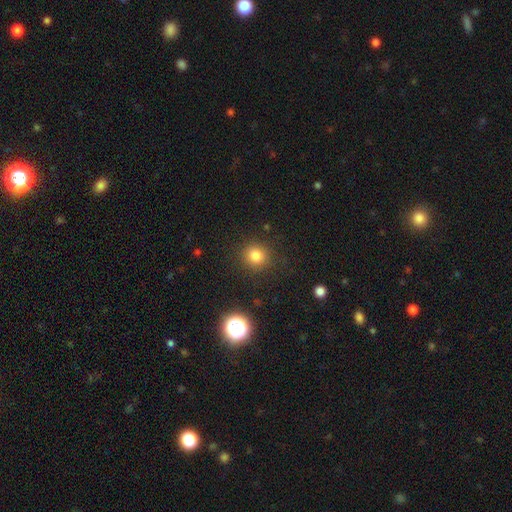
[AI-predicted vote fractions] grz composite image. It shows a smooth galaxy with no disk features (81%) that is round (90%). Merging: none (89%).